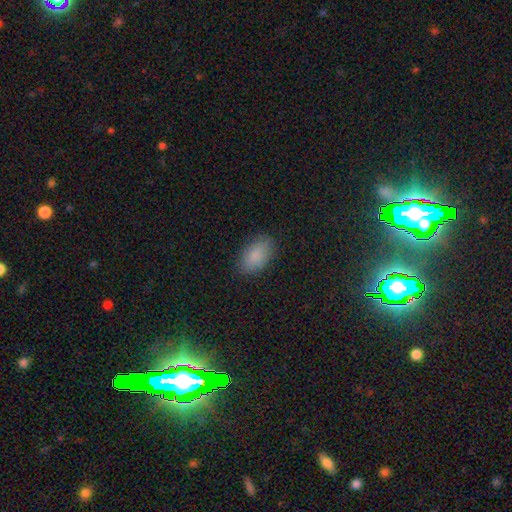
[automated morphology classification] Q: Smooth or featured?
A: smooth (86%); runner-up: star or artifact (8%)
Q: How rounded?
A: in between (93%); runner-up: round (4%)
Q: Merging?
A: none (85%); runner-up: minor disturbance (11%)